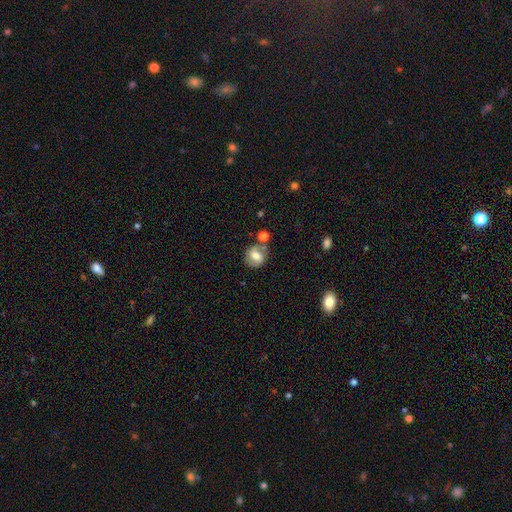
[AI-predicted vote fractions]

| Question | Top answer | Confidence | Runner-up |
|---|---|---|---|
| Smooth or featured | smooth | 48% | featured or disk (44%) |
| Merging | none | 65% | minor disturbance (16%) |